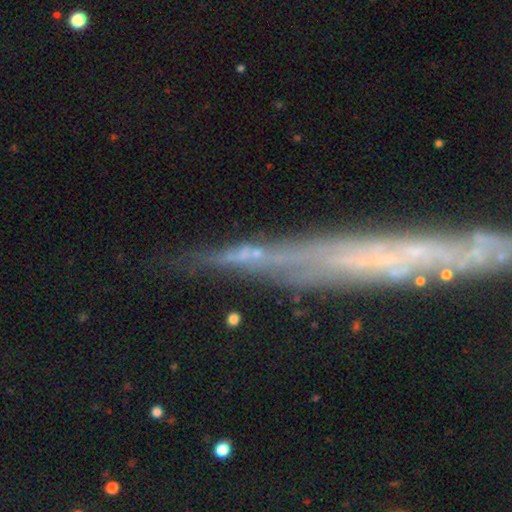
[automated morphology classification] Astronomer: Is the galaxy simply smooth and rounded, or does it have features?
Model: featured or disk — 49% (runner-up: smooth, 28%).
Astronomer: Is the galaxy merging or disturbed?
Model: none — 69%.